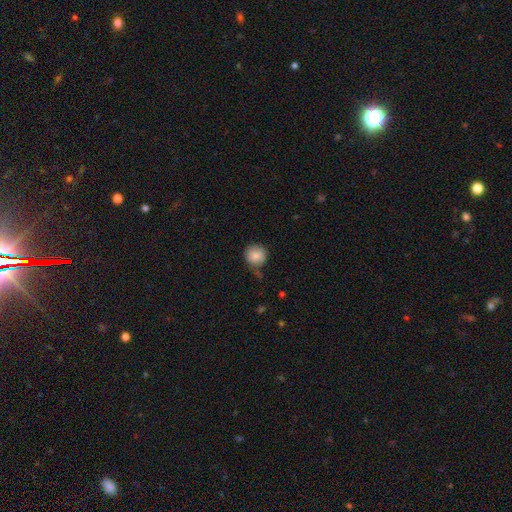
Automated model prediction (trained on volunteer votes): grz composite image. It shows a smooth galaxy with no disk features (84%) that is round (93%). Merging: none (75%).